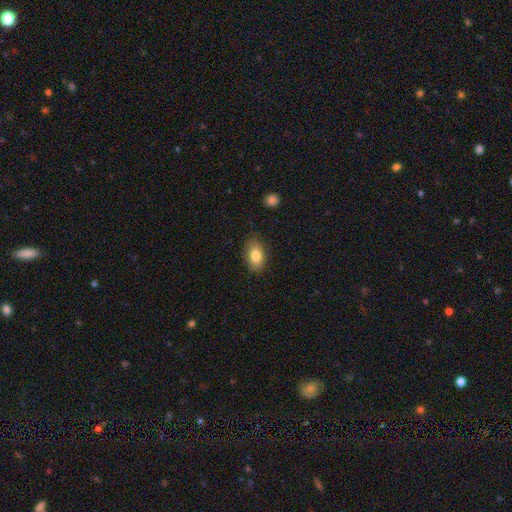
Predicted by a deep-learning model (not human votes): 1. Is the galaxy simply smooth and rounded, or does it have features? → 83% smooth, 10% featured or disk, 7% star or artifact.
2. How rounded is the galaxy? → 90% in between, 8% round, 2% cigar-shaped.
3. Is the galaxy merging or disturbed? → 81% none, 14% minor disturbance, 3% major disturbance, 1% merger.